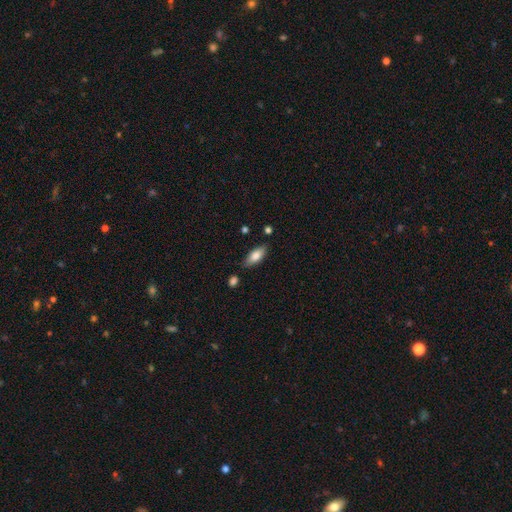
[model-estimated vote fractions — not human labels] smooth_or_featured: smooth (p=0.80) [alt: featured or disk p=0.14]
how_rounded: in between (p=0.79) [alt: cigar-shaped p=0.19]
merging: none (p=0.80) [alt: minor disturbance p=0.14]